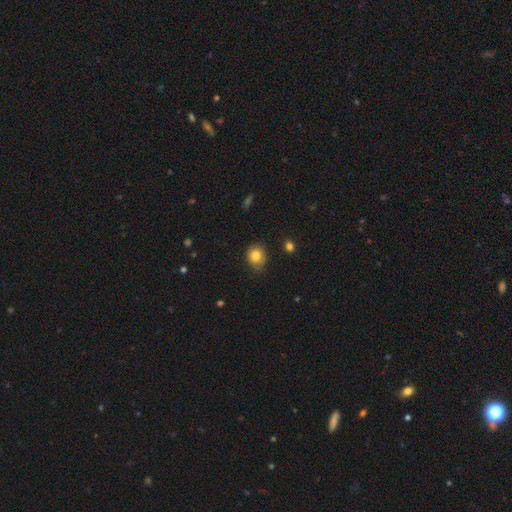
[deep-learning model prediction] This appears to be a smooth galaxy with no disk features (82%) that is round (70%). Merging: none (73%).